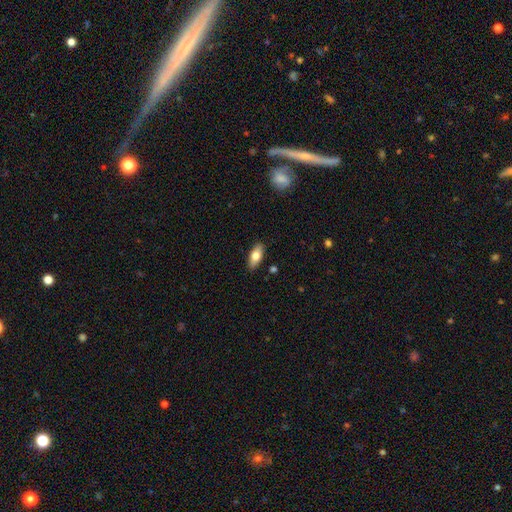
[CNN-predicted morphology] Smooth or featured? Predicted: smooth (p=0.74). How rounded? Predicted: in between (p=0.83). Merging? Predicted: none (p=0.88).